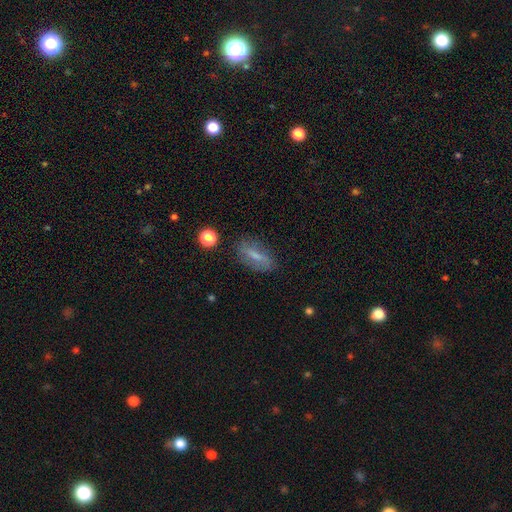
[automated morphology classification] Smooth or featured?
  - smooth: 59% *
  - featured or disk: 31%
  - star or artifact: 10%
How rounded?
  - in between: 67% *
  - cigar-shaped: 28%
  - round: 5%
Merging?
  - none: 78% *
  - minor disturbance: 15%
  - major disturbance: 5%
  - merger: 2%